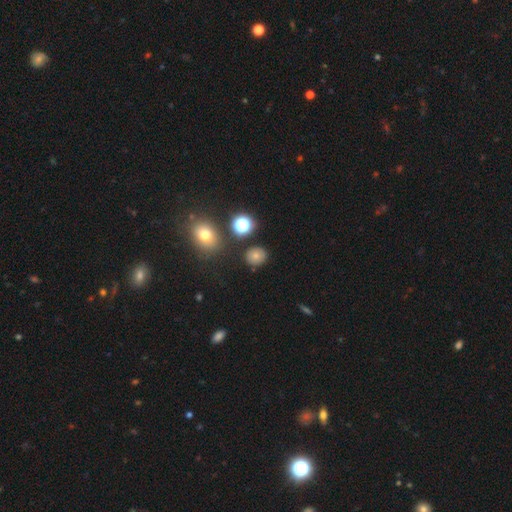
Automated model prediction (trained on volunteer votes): smooth_or_featured: smooth (p=0.72) [alt: star or artifact p=0.18]
how_rounded: round (p=0.75) [alt: in between p=0.24]
merging: none (p=0.84) [alt: minor disturbance p=0.10]